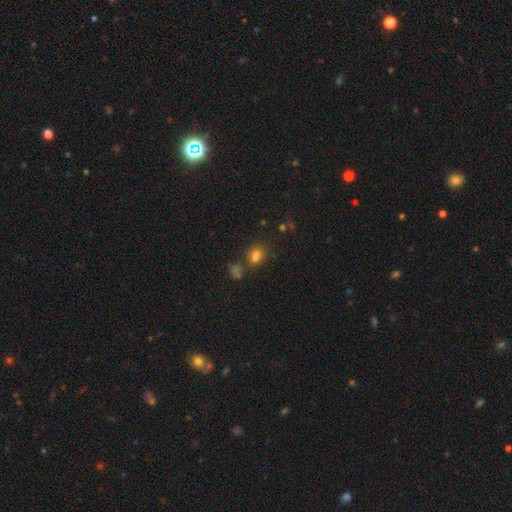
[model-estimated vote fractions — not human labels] Smooth or featured? smooth (64%)
How rounded? in between (52%)
Merging? none (53%)